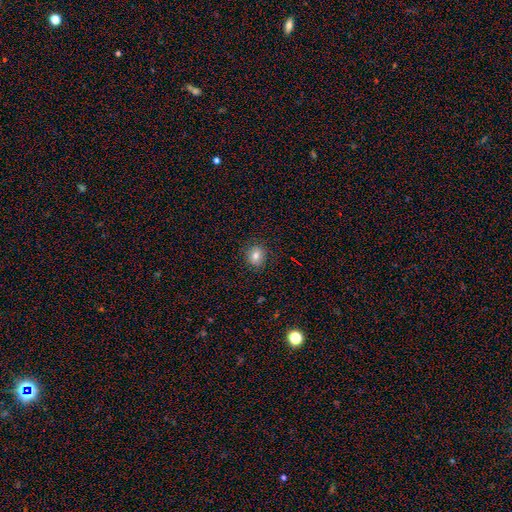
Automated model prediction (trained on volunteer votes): Overall: smooth (77%). How rounded: round (79%). Merging: none (87%).